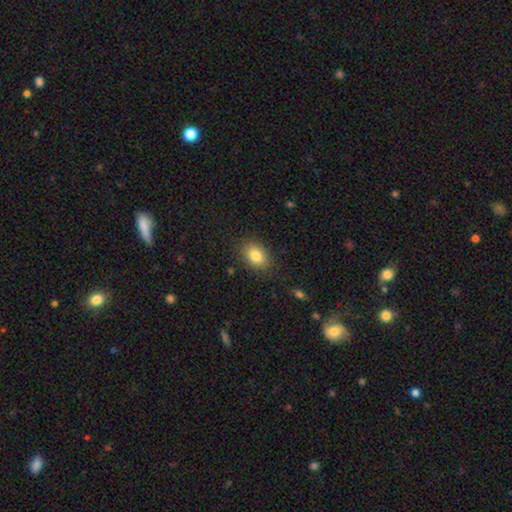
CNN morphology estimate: smooth 83%, featured or disk 9%, star or artifact 8%. Down the decision tree: how rounded — in between (80%); merging — none (85%).